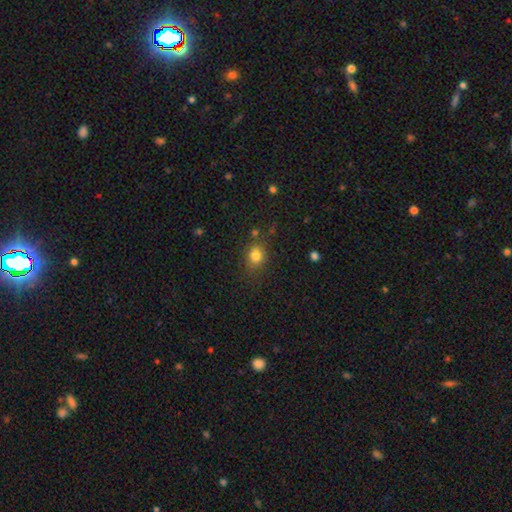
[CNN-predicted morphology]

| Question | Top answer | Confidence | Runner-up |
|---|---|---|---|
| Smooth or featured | smooth | 80% | star or artifact (12%) |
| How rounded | round | 59% | in between (40%) |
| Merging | none | 73% | minor disturbance (16%) |